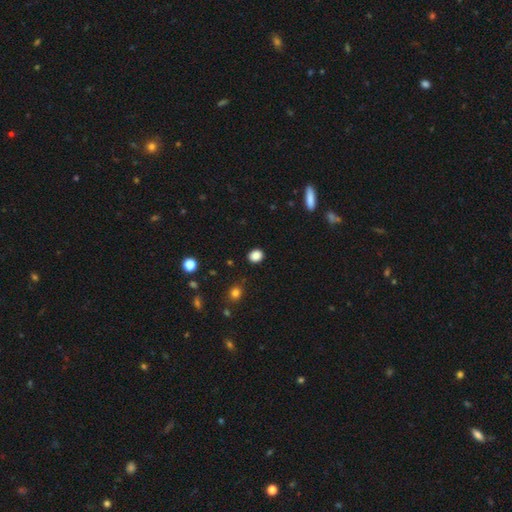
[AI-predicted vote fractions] smooth_or_featured: smooth (p=0.86) [alt: star or artifact p=0.11]
how_rounded: round (p=0.64) [alt: in between p=0.35]
merging: none (p=0.89) [alt: minor disturbance p=0.07]